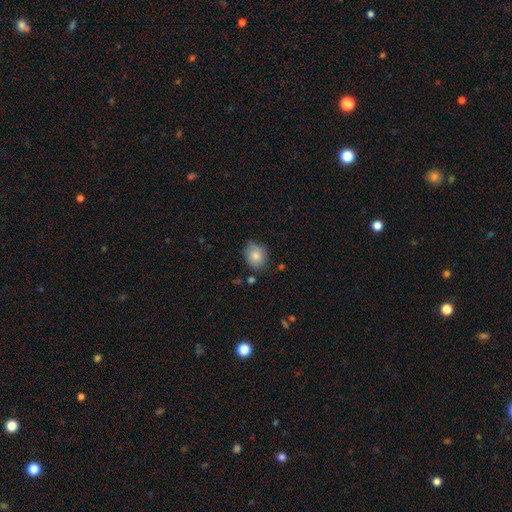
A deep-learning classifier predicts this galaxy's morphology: This is clearly a smooth galaxy (82%). How rounded: likely round (69%). Merging: likely none (74%).